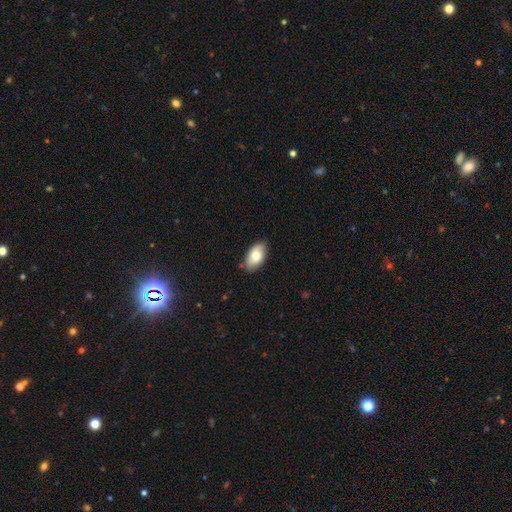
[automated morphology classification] Overall: smooth (76%). How rounded: in between (94%). Merging: none (81%).